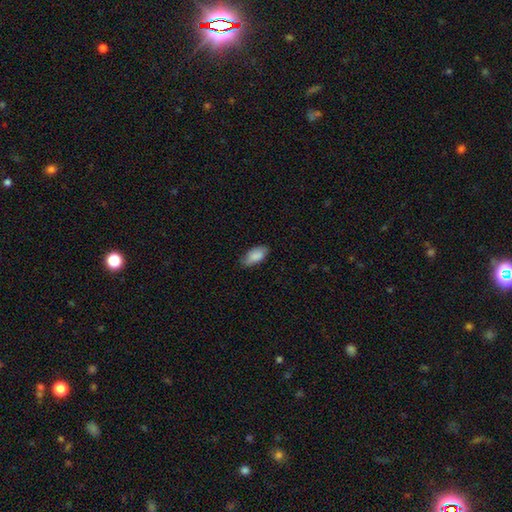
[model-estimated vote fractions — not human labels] Morphology: type=smooth (87%); roundness=in between (91%); merging=none (78%).